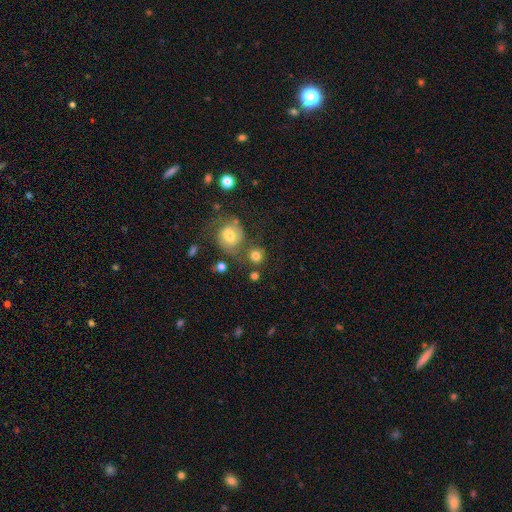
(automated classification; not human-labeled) smooth-or-featured: smooth: 77% | featured or disk: 12% | star or artifact: 11%
  how-rounded: round: 88% | in between: 11% | cigar-shaped: 1%
  merging: none: 66% | merger: 16% | minor disturbance: 12% | major disturbance: 6%